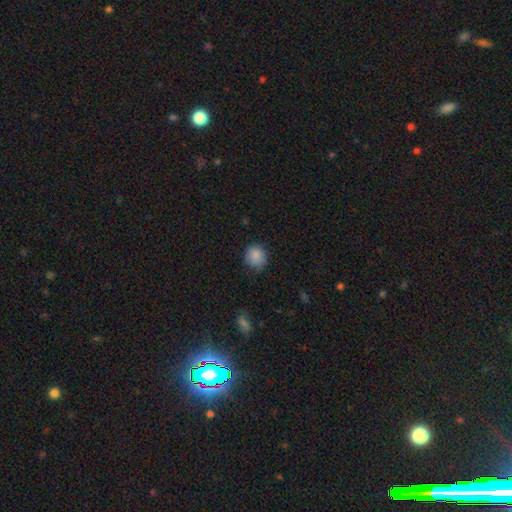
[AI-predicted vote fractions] Q: Smooth or featured?
A: smooth (86%); runner-up: star or artifact (9%)
Q: How rounded?
A: round (88%); runner-up: in between (11%)
Q: Merging?
A: none (76%); runner-up: minor disturbance (19%)